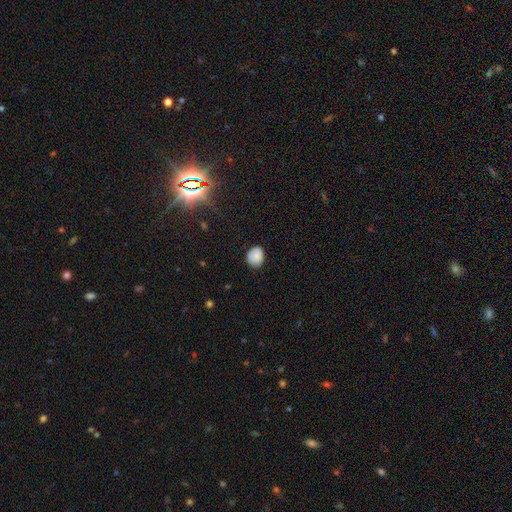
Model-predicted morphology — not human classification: smooth_or_featured: smooth (p=0.83) [alt: star or artifact p=0.10]
how_rounded: round (p=0.64) [alt: in between p=0.35]
merging: none (p=0.76) [alt: minor disturbance p=0.19]